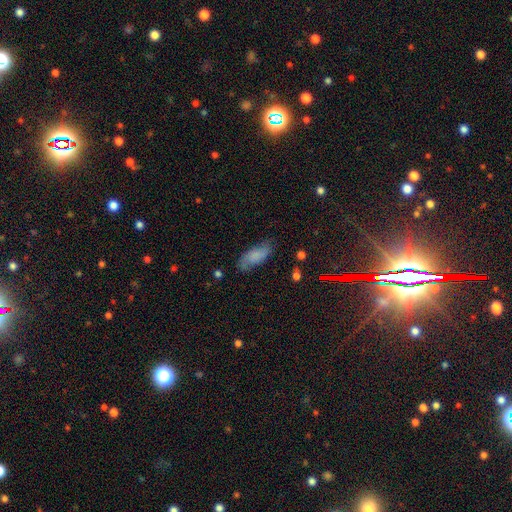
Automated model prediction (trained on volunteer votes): Smooth or featured? smooth (69%)
How rounded? in between (80%)
Merging? none (69%)